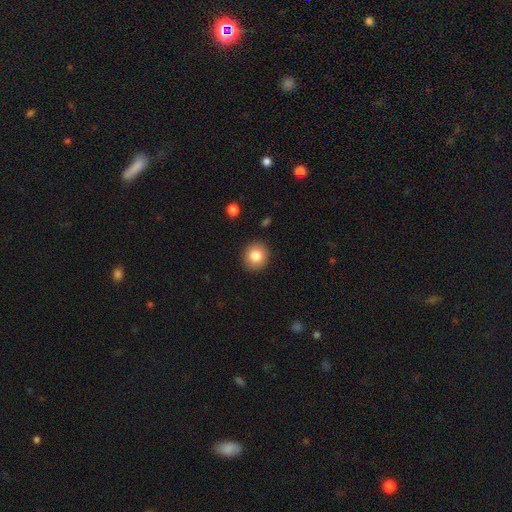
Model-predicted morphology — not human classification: This is clearly a smooth galaxy (82%). How rounded: clearly round (88%). Merging: clearly none (91%).